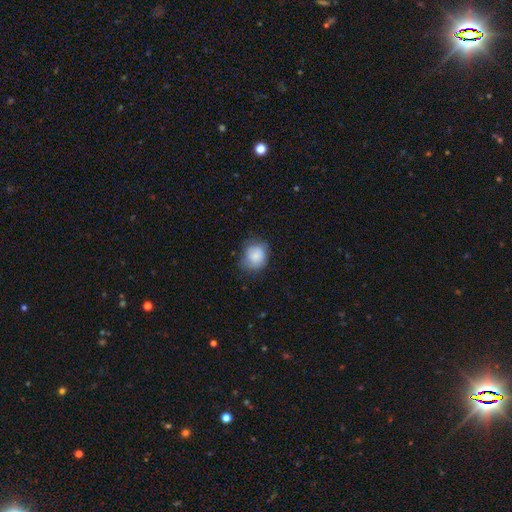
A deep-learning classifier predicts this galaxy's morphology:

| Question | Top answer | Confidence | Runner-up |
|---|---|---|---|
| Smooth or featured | smooth | 85% | star or artifact (8%) |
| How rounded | round | 69% | in between (30%) |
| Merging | none | 67% | minor disturbance (25%) |